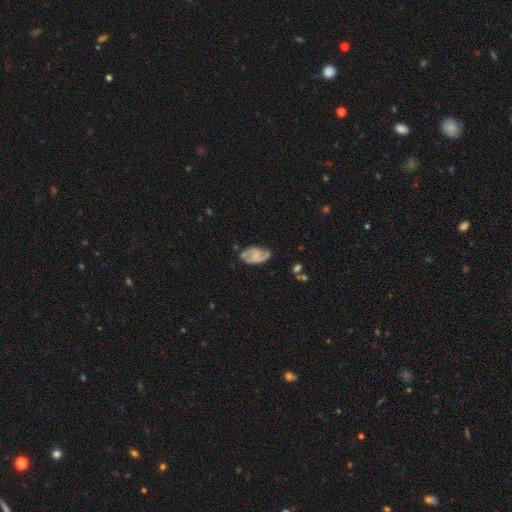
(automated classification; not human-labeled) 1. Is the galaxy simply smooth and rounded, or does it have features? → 72% featured or disk, 22% smooth, 6% star or artifact.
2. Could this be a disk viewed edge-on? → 97% no, 3% yes.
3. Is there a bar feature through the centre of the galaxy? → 64% no, 31% weak, 5% strong.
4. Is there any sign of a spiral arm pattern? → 90% yes, 10% no.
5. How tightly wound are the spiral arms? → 47% medium, 28% tight, 25% loose.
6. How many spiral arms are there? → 66% 2, 14% can't tell, 12% 3, 4% 1, 2% 4, 2% more than 4.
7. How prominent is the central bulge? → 45% small, 33% none, 19% moderate, 2% large, 1% dominant.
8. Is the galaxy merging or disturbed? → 61% none, 25% minor disturbance, 11% major disturbance, 4% merger.